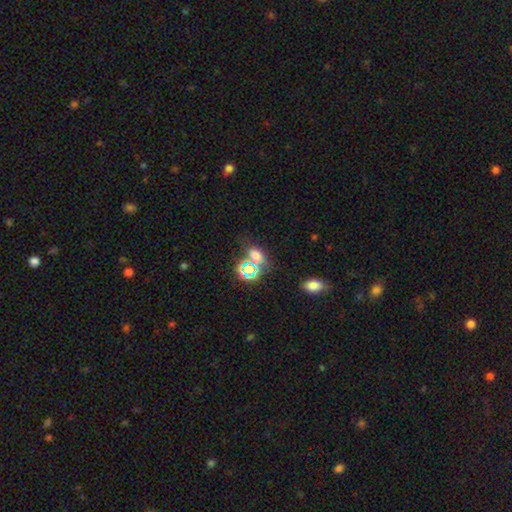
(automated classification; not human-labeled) smooth-or-featured: smooth: 48% | star or artifact: 42% | featured or disk: 10%
  merging: none: 60% | merger: 18% | minor disturbance: 14% | major disturbance: 8%